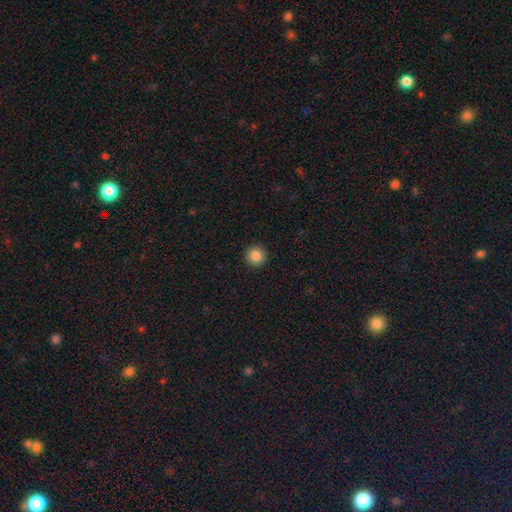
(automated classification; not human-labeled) This appears to be a smooth galaxy with no disk features (86%) that is round (95%). Merging: none (93%).